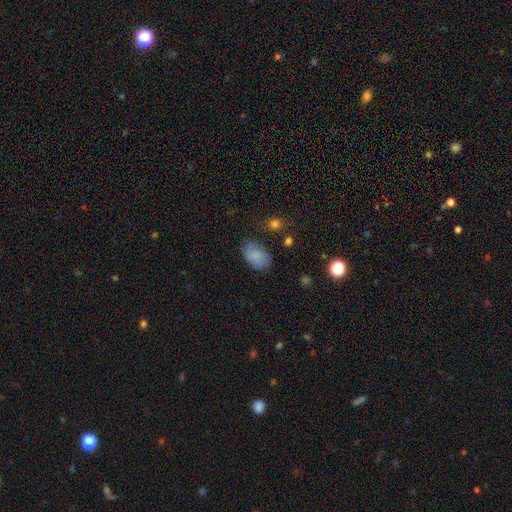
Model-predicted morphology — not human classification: Smooth or featured: smooth — 79% (featured or disk — 11%)
How rounded: in between — 84% (round — 15%)
Merging: none — 68% (minor disturbance — 22%)